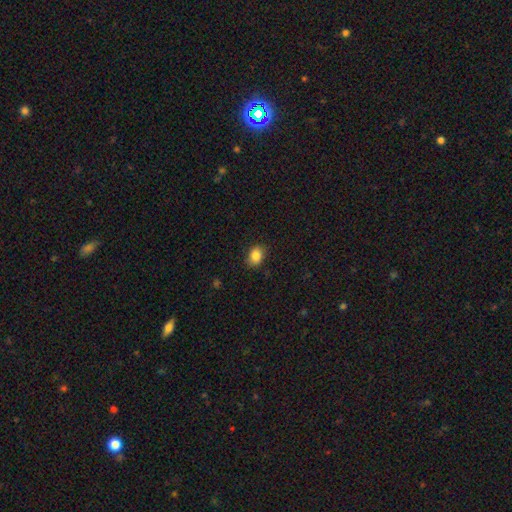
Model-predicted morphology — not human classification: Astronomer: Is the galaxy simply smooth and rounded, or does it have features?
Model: smooth — 86%.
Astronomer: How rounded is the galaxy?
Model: in between — 63%.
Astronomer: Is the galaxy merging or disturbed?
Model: none — 85%.